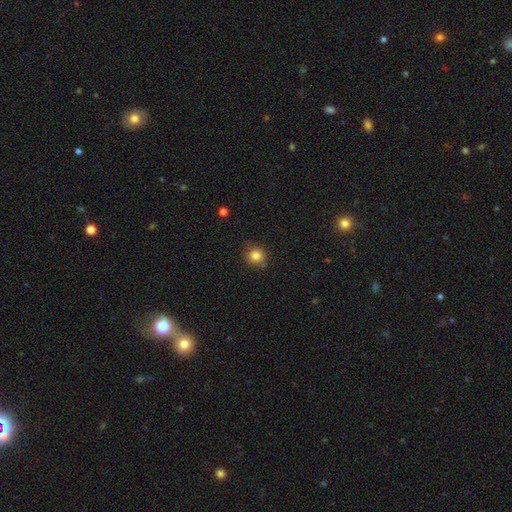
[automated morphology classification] smooth-or-featured: smooth: 83% | star or artifact: 11% | featured or disk: 5%
  how-rounded: round: 91% | in between: 8% | cigar-shaped: 1%
  merging: none: 83% | minor disturbance: 12% | major disturbance: 3% | merger: 2%